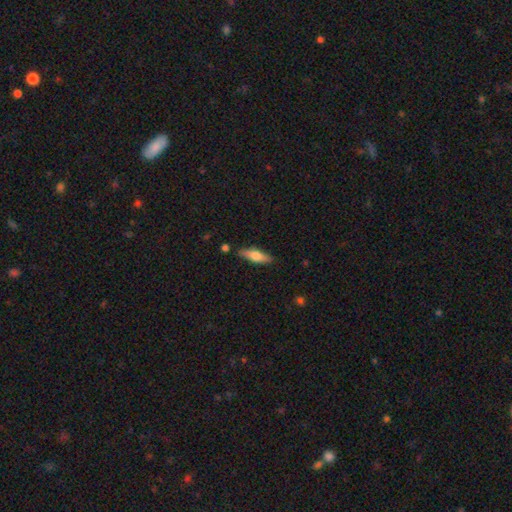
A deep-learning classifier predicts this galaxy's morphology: This appears to be a smooth galaxy with no disk features (61%) that is cigar-shaped (57%). Merging: none (83%).